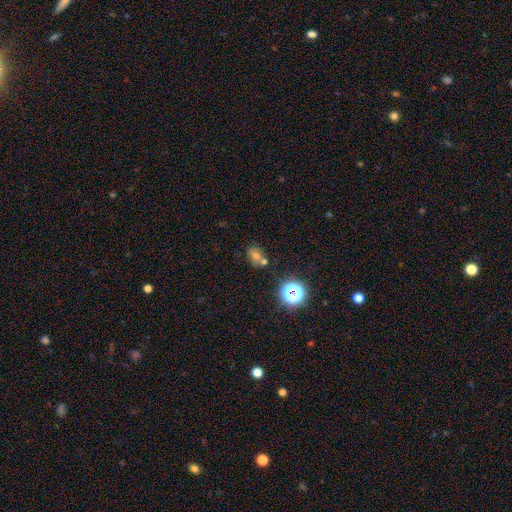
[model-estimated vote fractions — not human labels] This appears to be a smooth galaxy with no disk features (58%) that is in between round and cigar-shaped (53%). Merging: none (50%).